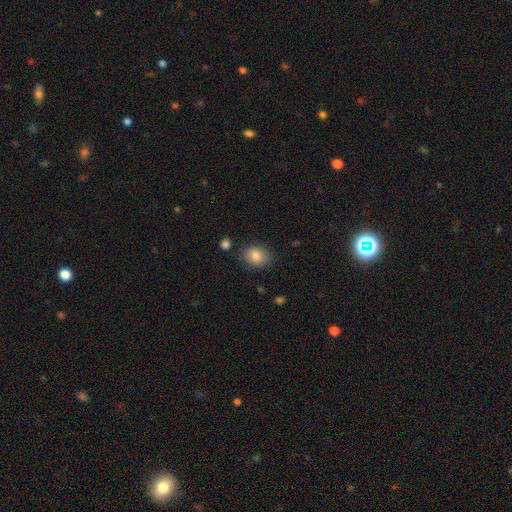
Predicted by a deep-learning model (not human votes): Smooth or featured?
  - smooth: 84% *
  - star or artifact: 9%
  - featured or disk: 8%
How rounded?
  - in between: 59% *
  - round: 40%
  - cigar-shaped: 1%
Merging?
  - none: 82% *
  - minor disturbance: 12%
  - major disturbance: 3%
  - merger: 2%